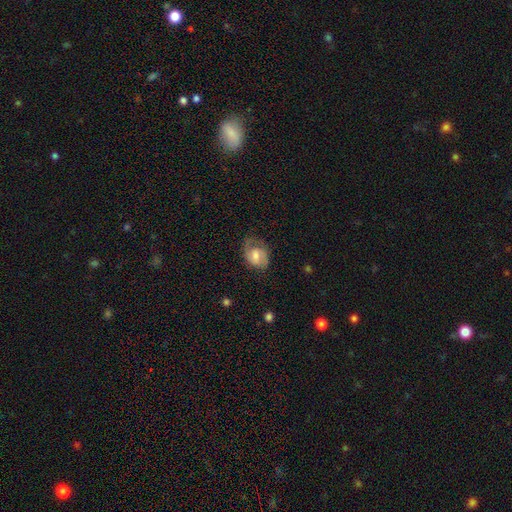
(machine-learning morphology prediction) Smooth or featured: featured or disk — 51% (smooth — 41%)
Edge-on disk: no — 96% (yes — 4%)
Merging: none — 56% (minor disturbance — 27%)